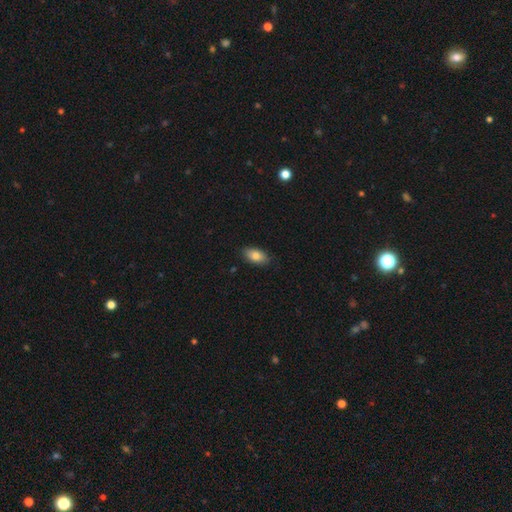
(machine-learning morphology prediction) Smooth or featured? Predicted: smooth (p=0.82). How rounded? Predicted: in between (p=0.92). Merging? Predicted: none (p=0.86).